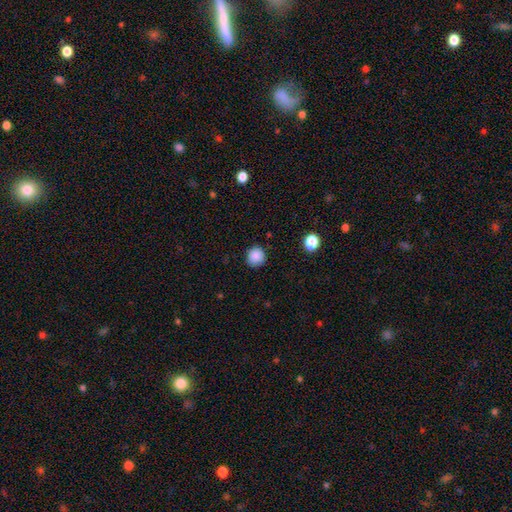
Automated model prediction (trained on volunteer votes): The model was most divided on "merging": none: 87%, minor disturbance: 10%, major disturbance: 2%, merger: 1%. More confident: how rounded — round (91%); smooth or featured — smooth (87%).